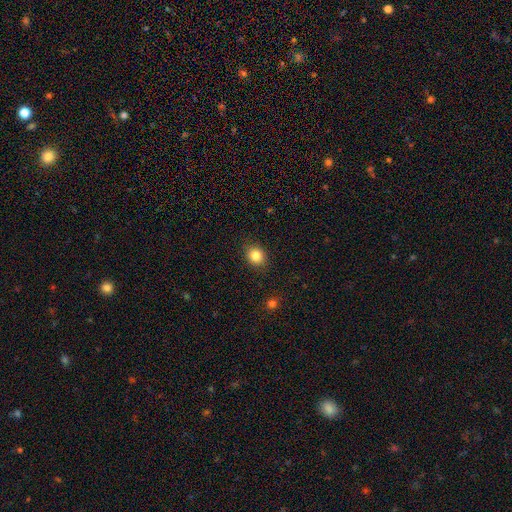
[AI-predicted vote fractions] The model was most divided on "how rounded": round: 68%, in between: 31%, cigar-shaped: 1%. More confident: merging — none (89%); smooth or featured — smooth (84%).